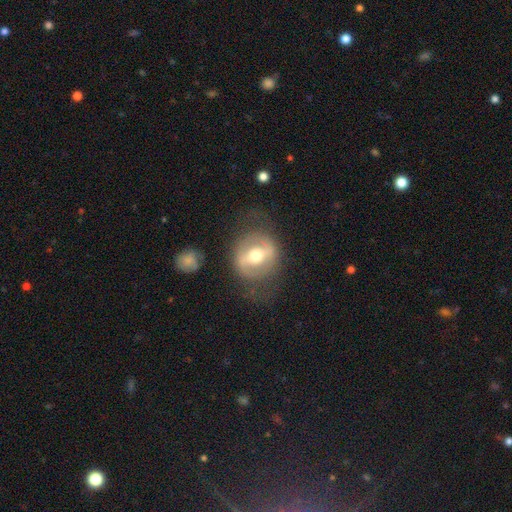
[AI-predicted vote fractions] featured or disk 64%, smooth 30%, star or artifact 6%. Down the decision tree: edge-on disk — no (92%); bar — strong (55%); spiral arms — no (65%); bulge size — moderate (70%); merging — none (68%).